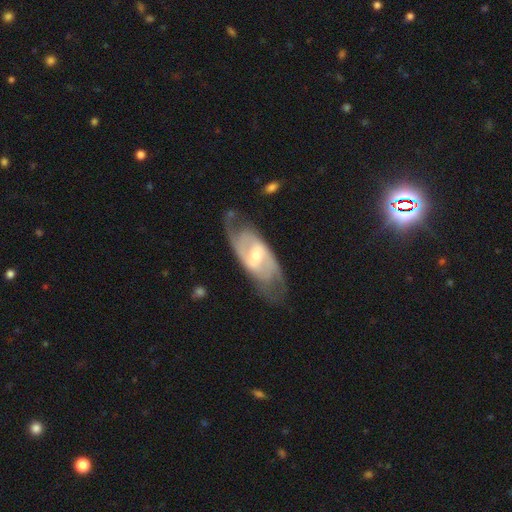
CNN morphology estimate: smooth-or-featured: featured or disk: 83% | smooth: 12% | star or artifact: 5%
  disk-edge-on: no: 92% | yes: 8%
    bar: weak: 47% | strong: 38% | no: 15%
    has-spiral-arms: yes: 92% | no: 8%
      spiral-winding: medium: 48% | tight: 30% | loose: 22%
      spiral-arm-count: 2: 80% | can't tell: 12% | 3: 3% | 1: 2% | 4: 1% | more than 4: 1%
    bulge-size: small: 47% | moderate: 46% | large: 4% | none: 3% | dominant: 1%
  merging: none: 70% | minor disturbance: 19% | major disturbance: 9% | merger: 2%